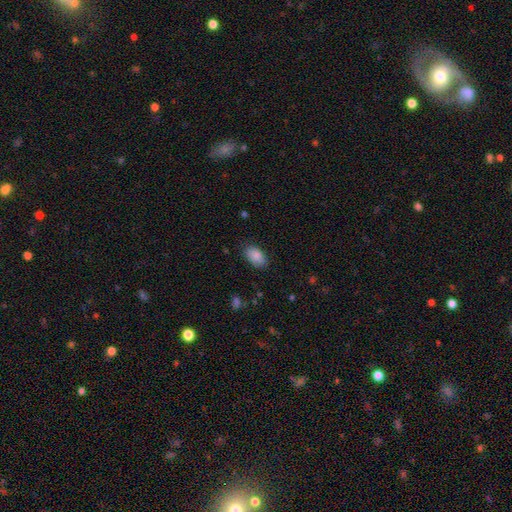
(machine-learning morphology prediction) Smooth or featured?
  - smooth: 87% *
  - star or artifact: 7%
  - featured or disk: 6%
How rounded?
  - in between: 92% *
  - round: 7%
  - cigar-shaped: 1%
Merging?
  - none: 83% *
  - minor disturbance: 13%
  - major disturbance: 3%
  - merger: 1%